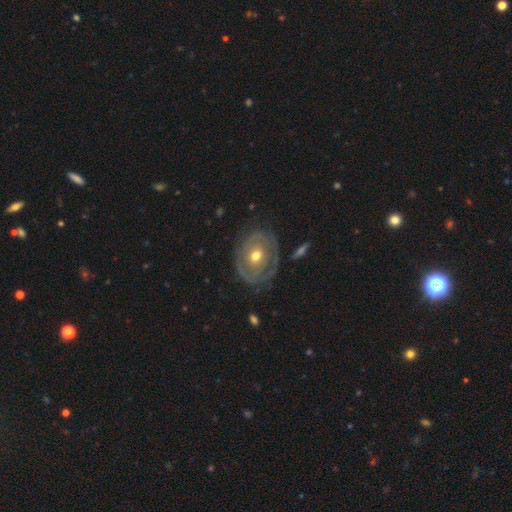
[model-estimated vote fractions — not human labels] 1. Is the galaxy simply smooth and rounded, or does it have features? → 74% featured or disk, 21% smooth, 5% star or artifact.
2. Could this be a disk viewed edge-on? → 96% no, 4% yes.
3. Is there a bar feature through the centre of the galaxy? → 74% no, 20% weak, 6% strong.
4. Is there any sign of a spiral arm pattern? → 63% yes, 37% no.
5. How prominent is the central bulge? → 71% moderate, 24% small, 4% large, 1% dominant, 1% none.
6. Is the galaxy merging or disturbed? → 71% none, 18% minor disturbance, 9% major disturbance, 2% merger.